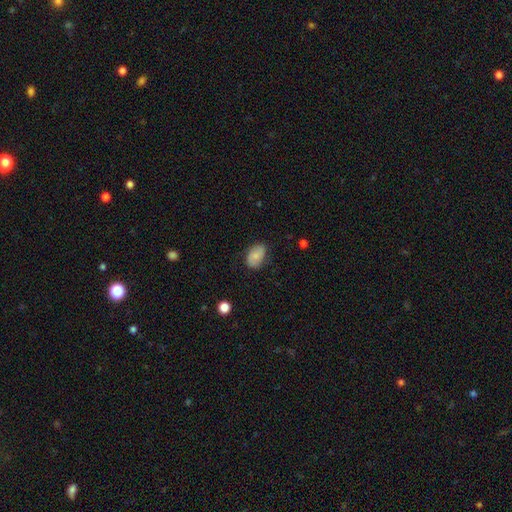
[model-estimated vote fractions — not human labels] Overall: smooth (75%). How rounded: in between (87%). Merging: none (75%).